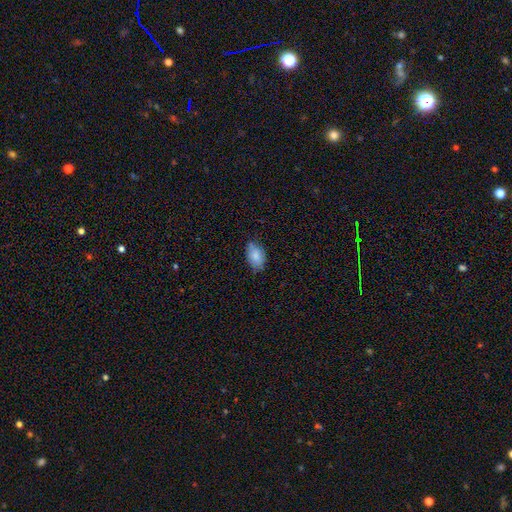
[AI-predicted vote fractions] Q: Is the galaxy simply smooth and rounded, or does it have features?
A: smooth — 83%.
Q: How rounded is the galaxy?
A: in between — 91%.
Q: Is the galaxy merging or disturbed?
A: none — 70%.